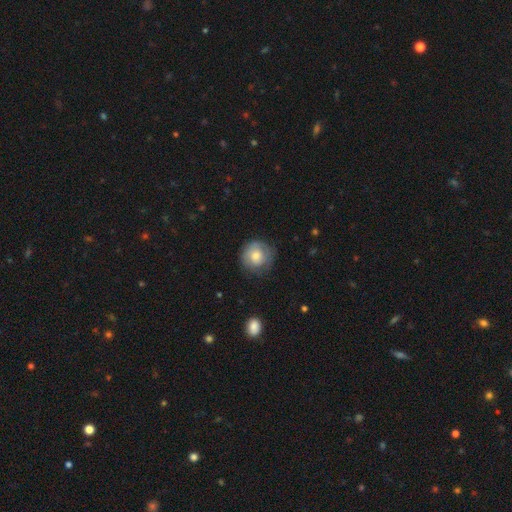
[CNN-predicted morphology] smooth-or-featured: smooth: 68% | featured or disk: 25% | star or artifact: 7%
  how-rounded: round: 91% | in between: 8% | cigar-shaped: 1%
  merging: none: 71% | minor disturbance: 20% | major disturbance: 7% | merger: 1%